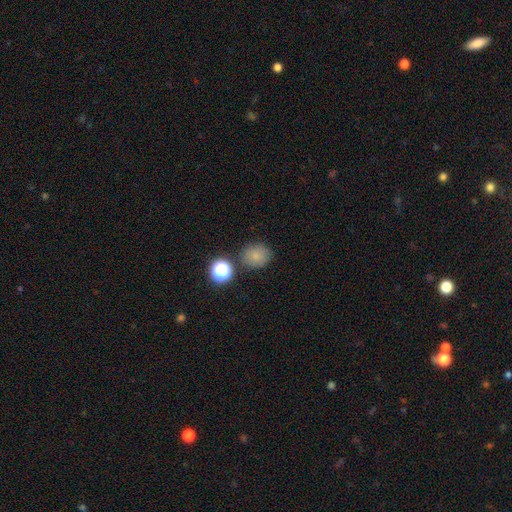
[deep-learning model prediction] Smooth or featured? Predicted: smooth (p=0.75). How rounded? Predicted: round (p=0.71). Merging? Predicted: none (p=0.77).